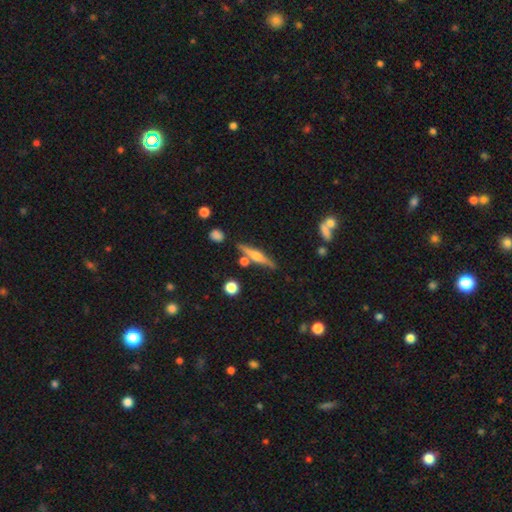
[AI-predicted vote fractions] A featured or disk galaxy (60%) viewed edge-on (96%) with a rounded central bulge (83%).

Vote fractions:
- Smooth or featured? featured or disk: 60% / smooth: 32% / star or artifact: 8%
- Edge-on disk? yes: 96% / no: 4%
- Edge-on bulge? rounded: 83% / boxy: 9% / none: 9%
- Merging? none: 79% / minor disturbance: 11% / merger: 8% / major disturbance: 3%